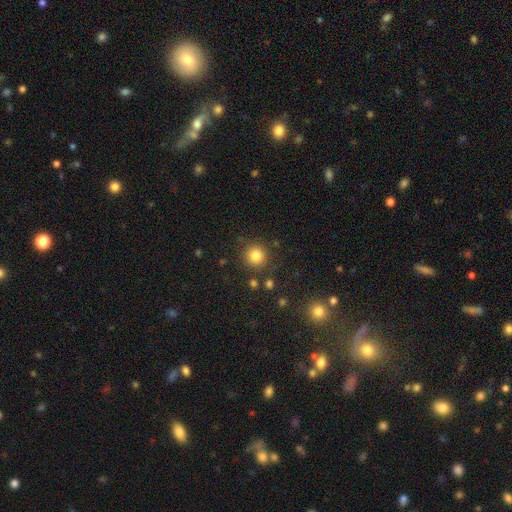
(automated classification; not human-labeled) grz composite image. It shows a smooth galaxy with no disk features (83%) that is round (93%). Merging: none (85%).